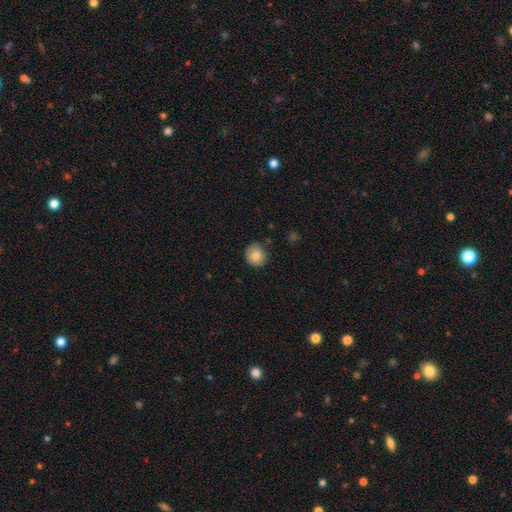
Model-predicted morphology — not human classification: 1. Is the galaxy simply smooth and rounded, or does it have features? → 82% smooth, 9% featured or disk, 9% star or artifact.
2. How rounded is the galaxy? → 86% round, 13% in between, 1% cigar-shaped.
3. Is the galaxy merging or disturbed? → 78% none, 17% minor disturbance, 3% major disturbance, 2% merger.